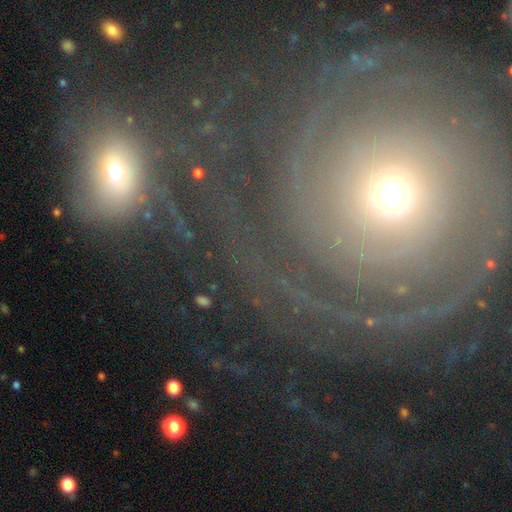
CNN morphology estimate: Q: Smooth or featured?
A: featured or disk (77%); runner-up: smooth (12%)
Q: Edge-on disk?
A: no (97%); runner-up: yes (3%)
Q: Bar?
A: no (79%); runner-up: weak (14%)
Q: Spiral arms?
A: yes (91%); runner-up: no (9%)
Q: Spiral winding?
A: tight (75%); runner-up: medium (18%)
Q: Spiral arm count?
A: 2 (35%); runner-up: can't tell (25%)
Q: Bulge size?
A: small (51%); runner-up: moderate (41%)
Q: Merging?
A: none (64%); runner-up: major disturbance (13%)